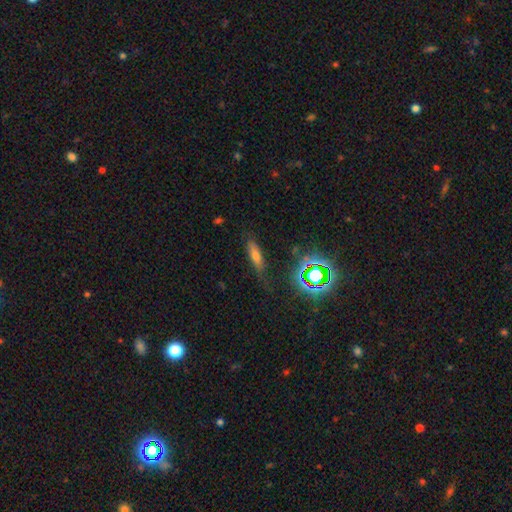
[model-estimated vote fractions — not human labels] smooth-or-featured: smooth: 58% | star or artifact: 22% | featured or disk: 20%
  how-rounded: cigar-shaped: 57% | in between: 39% | round: 4%
  merging: none: 71% | minor disturbance: 20% | major disturbance: 7% | merger: 3%